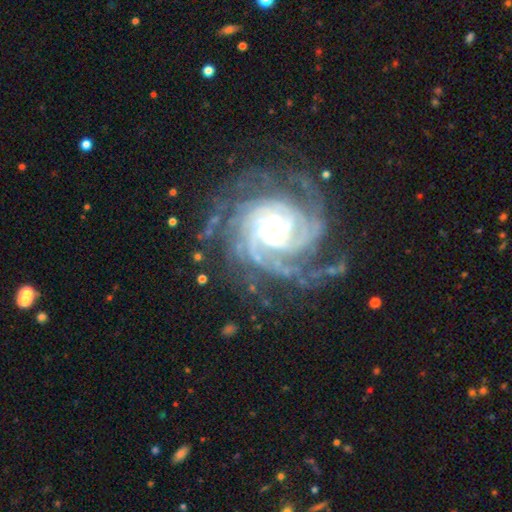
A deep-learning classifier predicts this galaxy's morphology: featured or disk 92%, star or artifact 5%, smooth 3%. Down the decision tree: edge-on disk — no (98%); bar — no (50%); spiral arms — yes (99%); spiral arm count — 4 (25%); spiral winding — tight (74%); bulge size — moderate (54%); merging — none (72%).